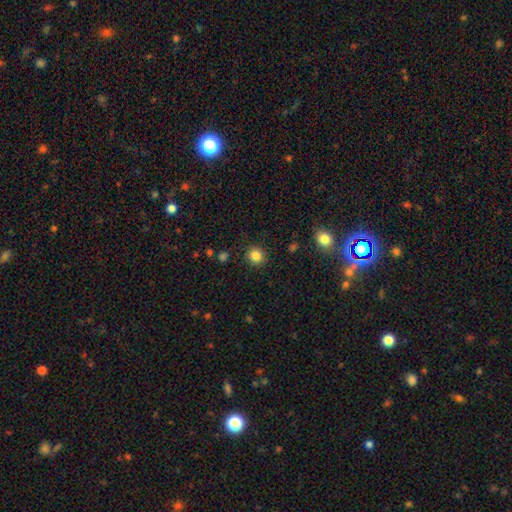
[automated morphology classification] smooth_or_featured: smooth (p=0.84) [alt: star or artifact p=0.11]
how_rounded: round (p=0.89) [alt: in between p=0.10]
merging: none (p=0.90) [alt: minor disturbance p=0.06]